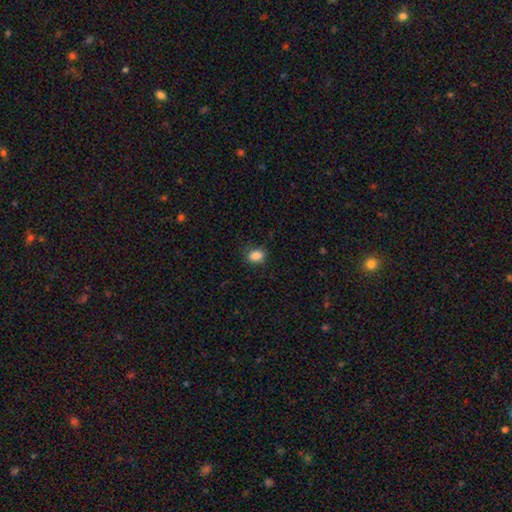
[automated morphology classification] smooth_or_featured: smooth (p=0.87) [alt: star or artifact p=0.09]
how_rounded: in between (p=0.69) [alt: round p=0.30]
merging: none (p=0.81) [alt: minor disturbance p=0.15]